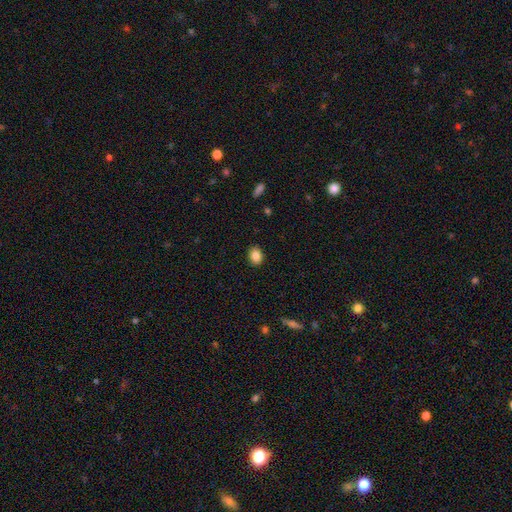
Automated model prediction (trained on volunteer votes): Morphology: type=smooth (86%); roundness=in between (57%); merging=none (89%).